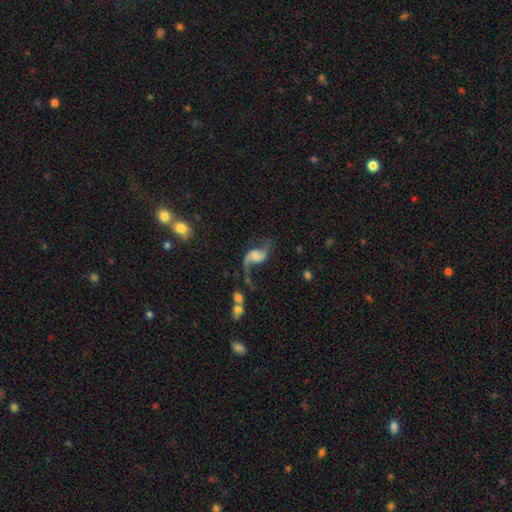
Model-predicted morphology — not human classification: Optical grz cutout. It shows a featured or disk galaxy (86%) with no bar (50%), 2 (91%) loose (87%) spiral arms (96%) and no central bulge (40%). Merging: none (63%).